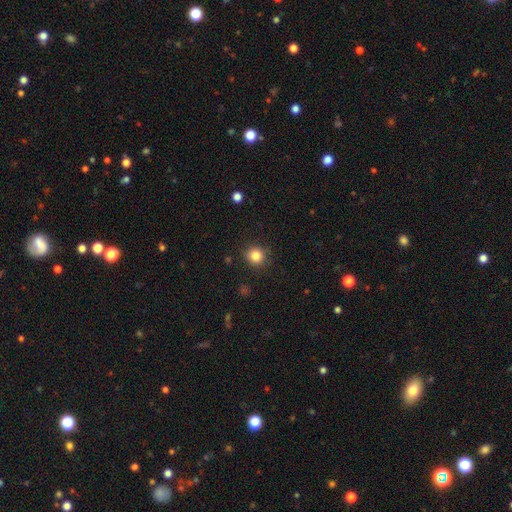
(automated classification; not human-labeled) smooth_or_featured: smooth (p=0.84) [alt: star or artifact p=0.11]
how_rounded: round (p=0.89) [alt: in between p=0.10]
merging: none (p=0.86) [alt: minor disturbance p=0.10]